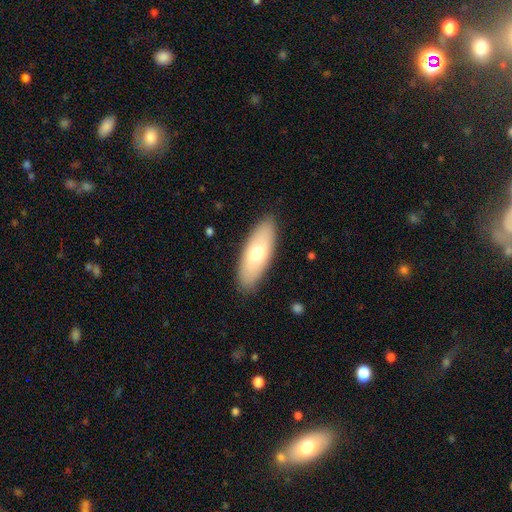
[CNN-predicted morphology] This is likely a smooth galaxy (63%). How rounded: likely in between (76%). Merging: clearly none (89%).